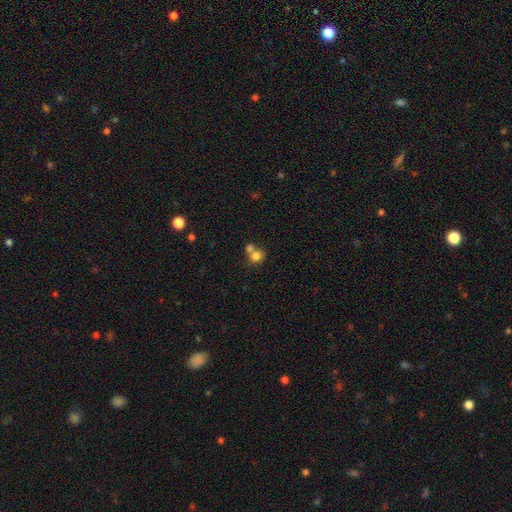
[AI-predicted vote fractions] Smooth or featured? smooth (79%)
How rounded? round (76%)
Merging? merger (46%)